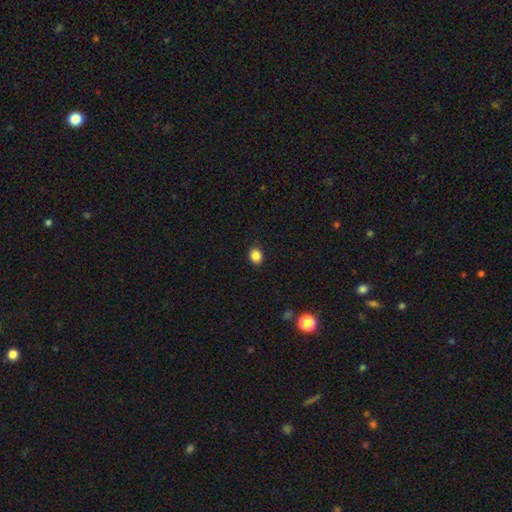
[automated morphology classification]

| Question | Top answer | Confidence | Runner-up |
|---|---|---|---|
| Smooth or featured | smooth | 86% | star or artifact (11%) |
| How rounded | round | 64% | in between (35%) |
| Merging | none | 89% | minor disturbance (8%) |